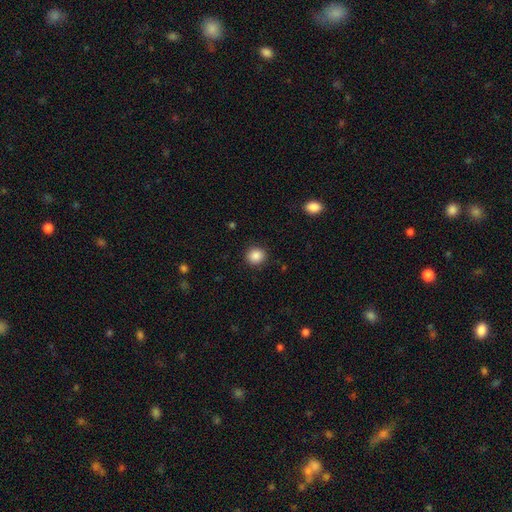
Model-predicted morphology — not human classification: A smooth galaxy with no disk features (87%) that is round (89%). Merging: none (91%).